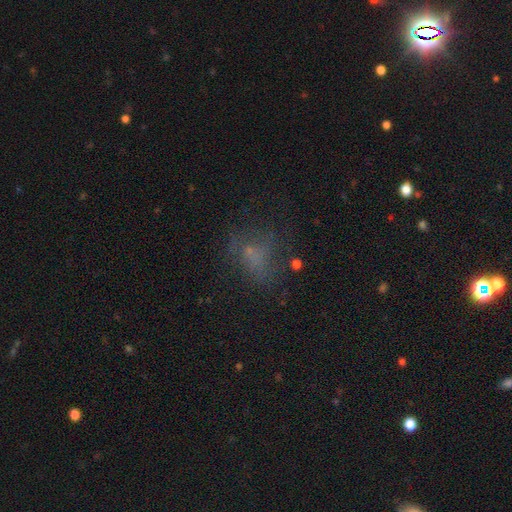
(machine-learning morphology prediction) This appears to be a smooth galaxy with no disk features (48%). Merging: none (57%).